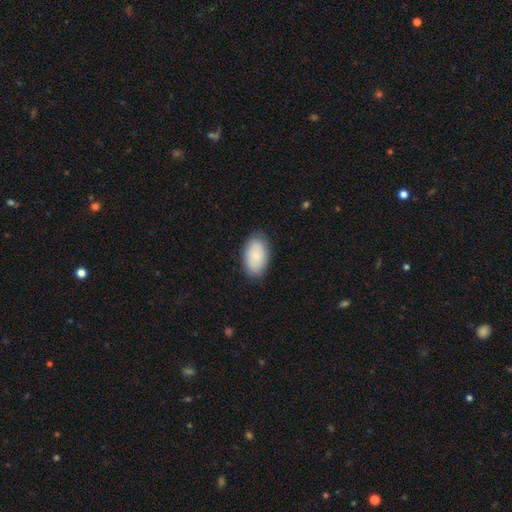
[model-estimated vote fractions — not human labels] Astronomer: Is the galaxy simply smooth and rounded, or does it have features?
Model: smooth — 85%.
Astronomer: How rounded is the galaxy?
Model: in between — 94%.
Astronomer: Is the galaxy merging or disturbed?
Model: none — 85%.